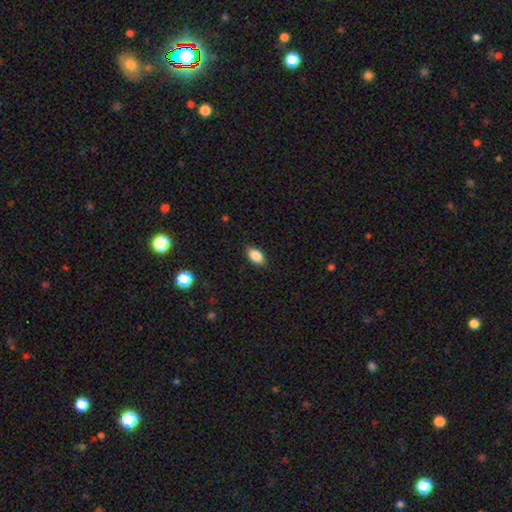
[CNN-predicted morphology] Overall: smooth (88%). How rounded: in between (91%). Merging: none (86%).